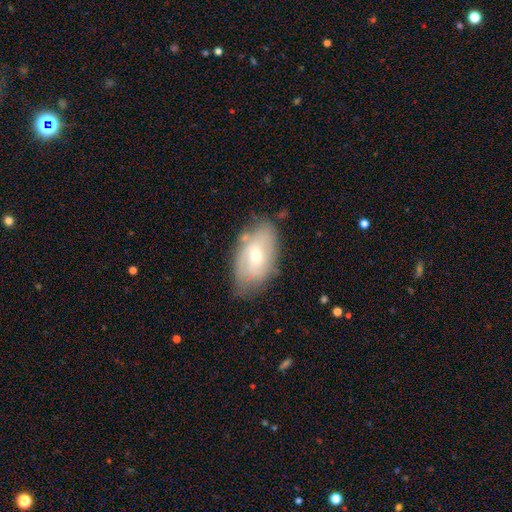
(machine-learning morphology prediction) A smooth galaxy with no disk features (51%) that is in between round and cigar-shaped (92%). Merging: none (68%).